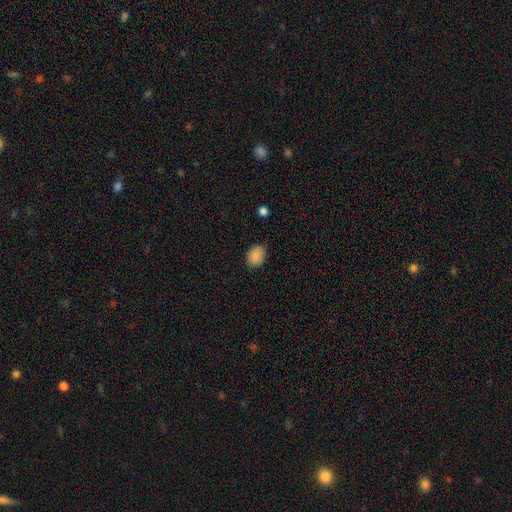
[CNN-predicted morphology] Smooth or featured? smooth (87%)
How rounded? in between (66%)
Merging? none (82%)